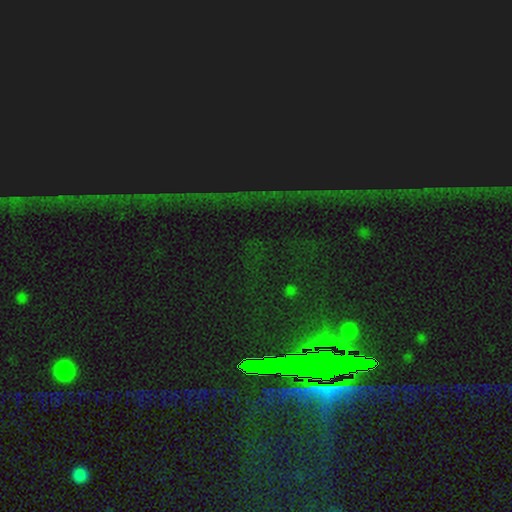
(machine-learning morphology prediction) This is clearly a star or artifact rather than a galaxy (83%).